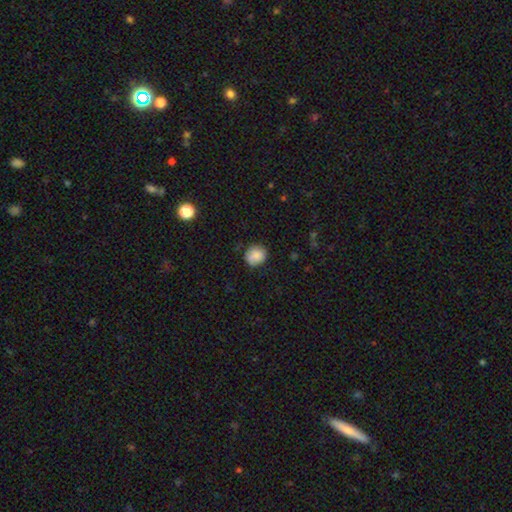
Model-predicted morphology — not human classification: Smooth or featured: smooth — 84% (star or artifact — 9%)
How rounded: round — 80% (in between — 19%)
Merging: none — 75% (minor disturbance — 19%)